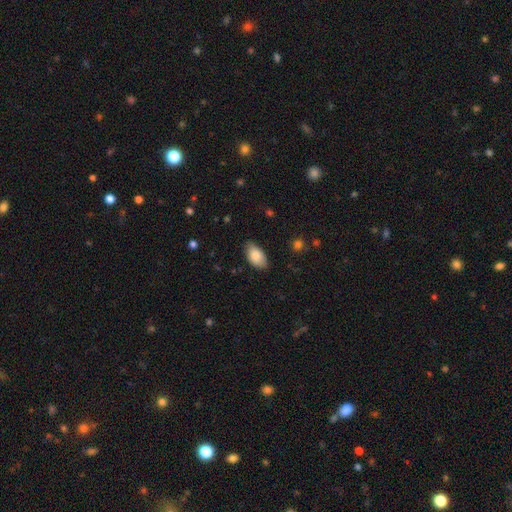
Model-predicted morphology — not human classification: smooth-or-featured: smooth: 85% | featured or disk: 8% | star or artifact: 6%
  how-rounded: in between: 94% | round: 4% | cigar-shaped: 2%
  merging: none: 79% | minor disturbance: 17% | major disturbance: 3% | merger: 1%